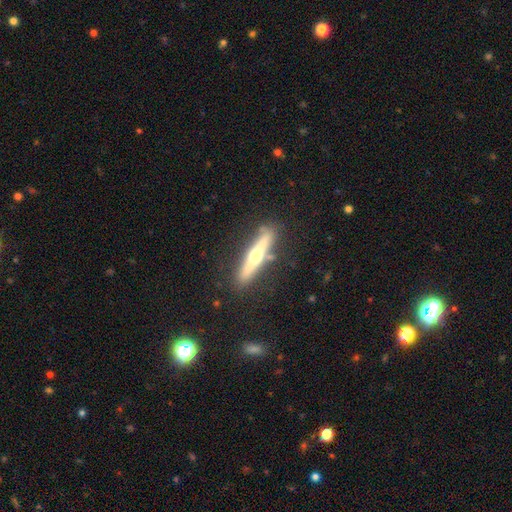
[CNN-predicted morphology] smooth-or-featured: featured or disk: 61% | smooth: 33% | star or artifact: 6%
  disk-edge-on: yes: 95% | no: 5%
    edge-on-bulge: rounded: 89% | none: 7% | boxy: 4%
  merging: none: 83% | minor disturbance: 10% | merger: 4% | major disturbance: 3%